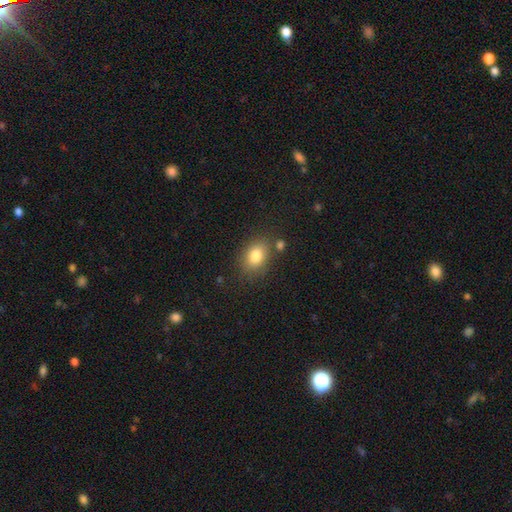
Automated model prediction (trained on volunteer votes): smooth_or_featured: smooth (p=0.81) [alt: star or artifact p=0.10]
how_rounded: in between (p=0.68) [alt: round p=0.31]
merging: none (p=0.75) [alt: minor disturbance p=0.14]